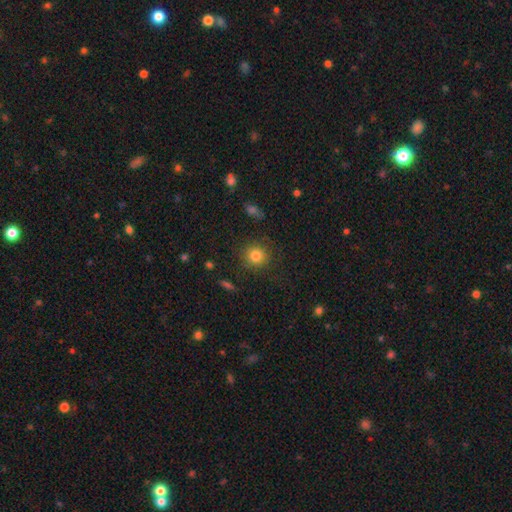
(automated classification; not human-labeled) smooth_or_featured: smooth (p=0.80) [alt: star or artifact p=0.11]
how_rounded: round (p=0.90) [alt: in between p=0.09]
merging: none (p=0.85) [alt: minor disturbance p=0.10]